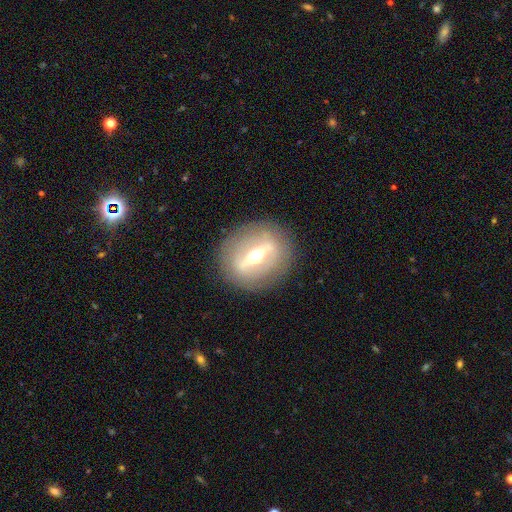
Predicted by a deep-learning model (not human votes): Smooth or featured? featured or disk (77%)
Edge-on disk? no (65%)
Bar? strong (77%)
Spiral arms? no (79%)
Bulge size? moderate (72%)
Merging? none (85%)